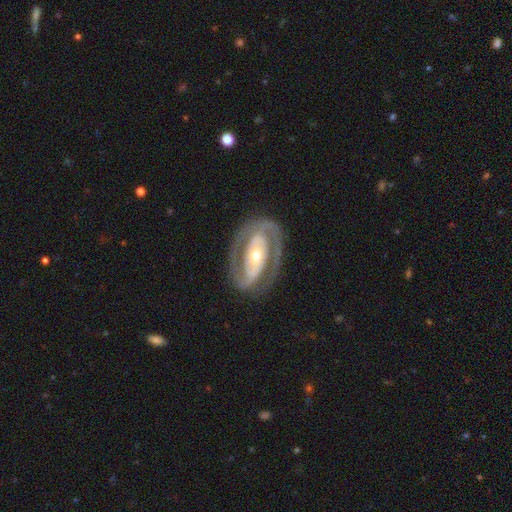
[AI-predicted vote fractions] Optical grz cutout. It shows a featured or disk galaxy (87%) with no bar (43%), 2 (86%) tight (53%) spiral arms (84%) and a moderate central bulge (57%). Merging: none (81%).